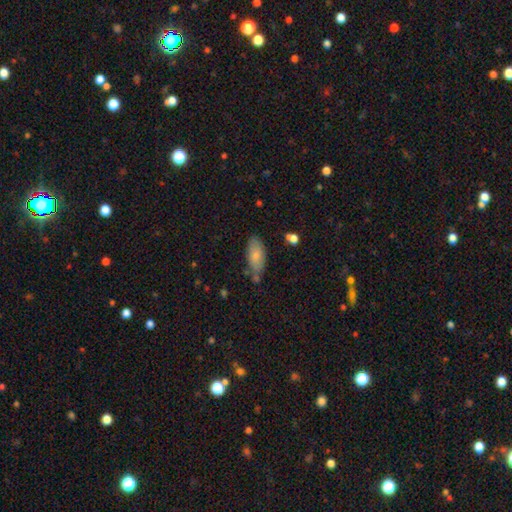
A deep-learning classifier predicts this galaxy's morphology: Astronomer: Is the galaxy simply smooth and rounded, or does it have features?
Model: smooth — 78%.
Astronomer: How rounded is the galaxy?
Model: in between — 88%.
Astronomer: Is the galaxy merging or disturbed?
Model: none — 67%.